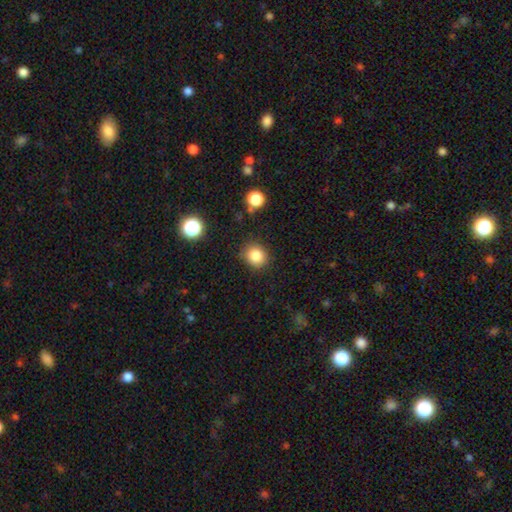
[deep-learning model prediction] Overall: smooth (84%). How rounded: round (79%). Merging: none (85%).